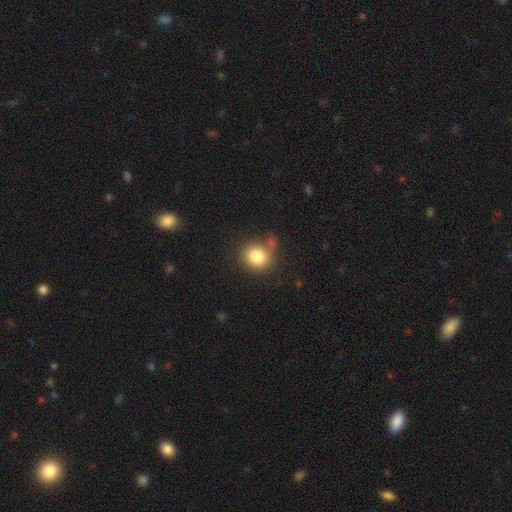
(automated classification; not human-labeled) A smooth galaxy with no disk features (83%) that is round (81%). Merging: none (63%).